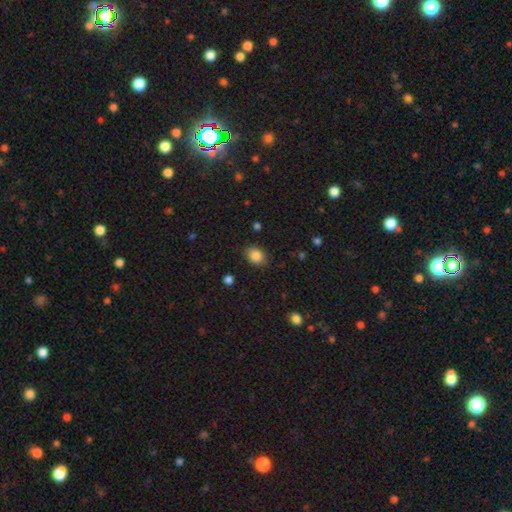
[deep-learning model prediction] Q: Smooth or featured?
A: smooth (86%); runner-up: star or artifact (9%)
Q: How rounded?
A: in between (63%); runner-up: round (36%)
Q: Merging?
A: none (84%); runner-up: minor disturbance (12%)